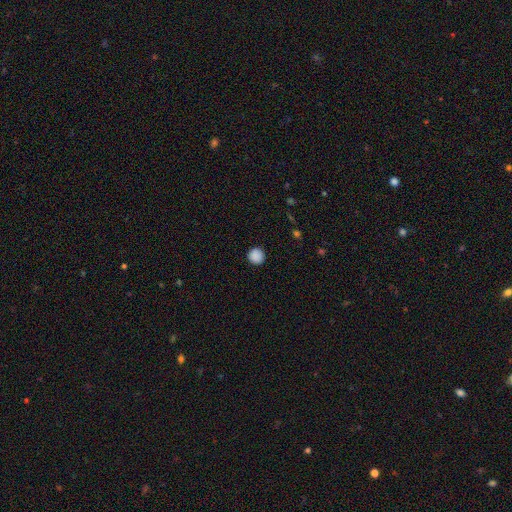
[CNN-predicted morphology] type=smooth (88%); roundness=round (94%); merging=none (91%).